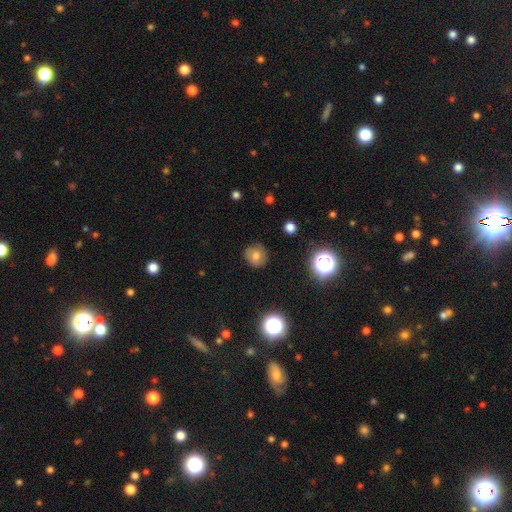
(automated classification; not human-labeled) A smooth galaxy with no disk features (67%) that is round (89%).

Vote fractions:
- Smooth or featured? smooth: 67% / featured or disk: 17% / star or artifact: 15%
- How rounded? round: 89% / in between: 10% / cigar-shaped: 1%
- Merging? none: 85% / minor disturbance: 11% / major disturbance: 3% / merger: 1%